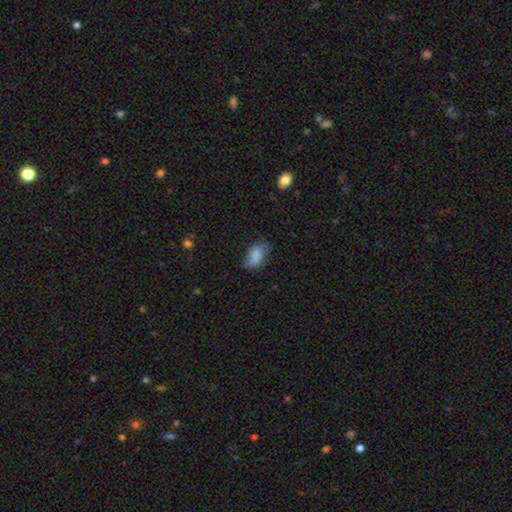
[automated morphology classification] Q: Smooth or featured?
A: smooth (83%); runner-up: featured or disk (9%)
Q: How rounded?
A: in between (91%); runner-up: round (6%)
Q: Merging?
A: none (63%); runner-up: minor disturbance (29%)